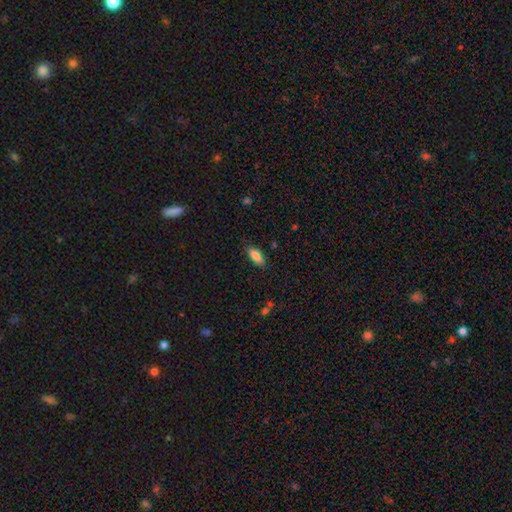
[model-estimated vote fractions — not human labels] Smooth or featured? Predicted: smooth (p=0.86). How rounded? Predicted: in between (p=0.78). Merging? Predicted: none (p=0.85).